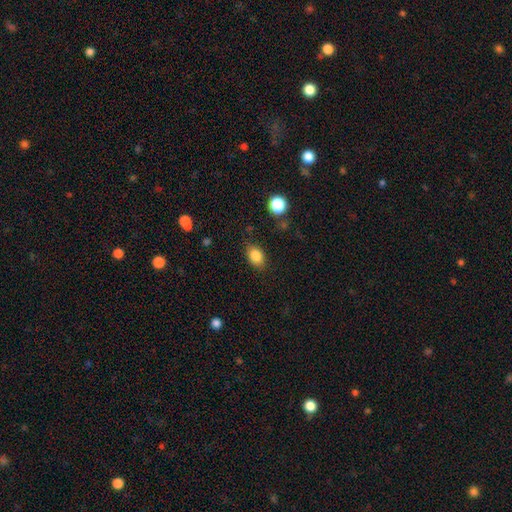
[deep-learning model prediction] This is clearly a smooth galaxy (84%). How rounded: likely in between (76%). Merging: clearly none (82%).